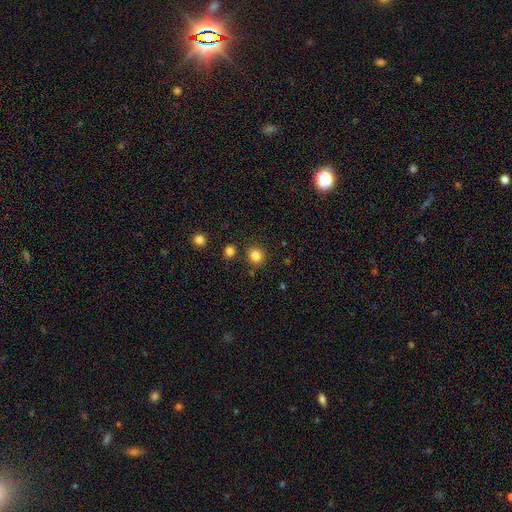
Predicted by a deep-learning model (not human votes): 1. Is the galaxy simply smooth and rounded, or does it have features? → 84% smooth, 12% star or artifact, 4% featured or disk.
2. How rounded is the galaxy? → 85% round, 14% in between, 1% cigar-shaped.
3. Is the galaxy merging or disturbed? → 86% none, 7% minor disturbance, 4% merger, 2% major disturbance.